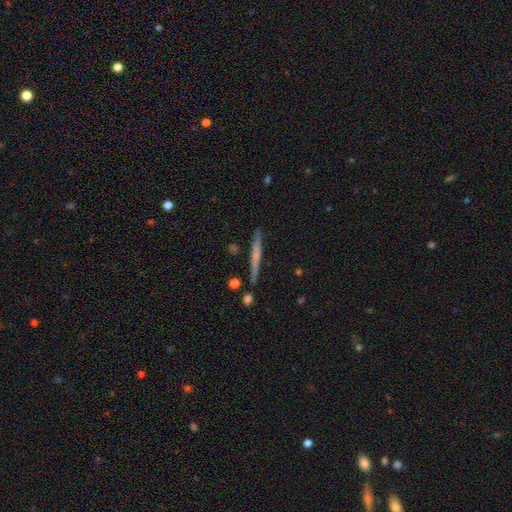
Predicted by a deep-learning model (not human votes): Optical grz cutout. It shows a featured or disk galaxy (52%) viewed edge-on (97%) with no central bulge (64%). Merging: none (88%).